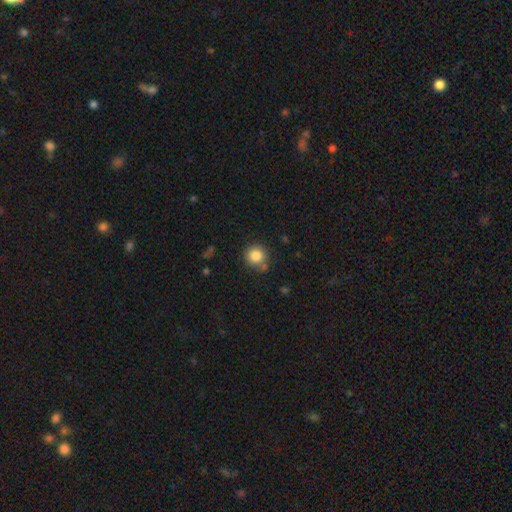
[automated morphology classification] Q: Smooth or featured?
A: smooth (83%); runner-up: star or artifact (11%)
Q: How rounded?
A: round (92%); runner-up: in between (7%)
Q: Merging?
A: none (79%); runner-up: minor disturbance (12%)